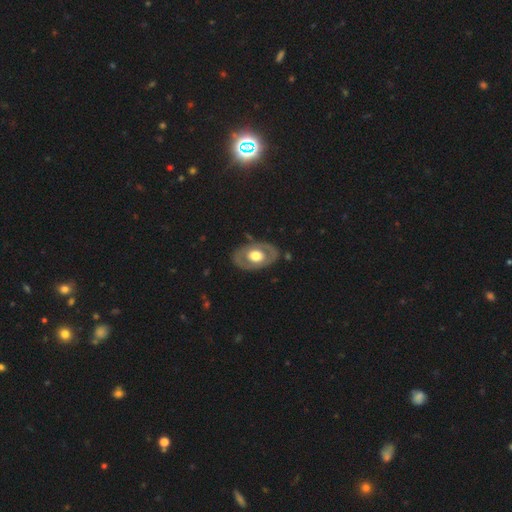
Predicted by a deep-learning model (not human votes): Morphology: type=featured or disk (58%); edge-on=no (90%); bar=no (85%); spiral arms=no (82%); bulge=moderate (49%); merging=none (80%).